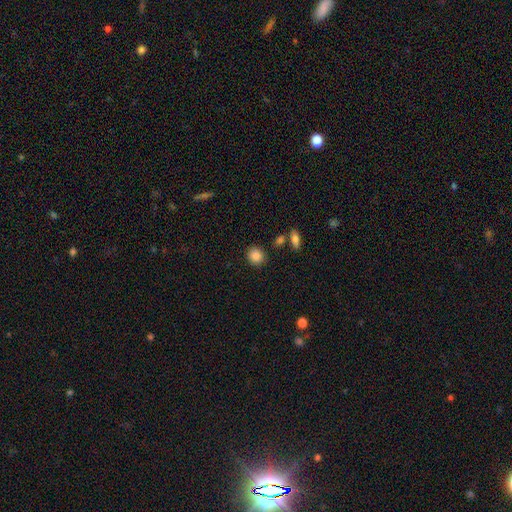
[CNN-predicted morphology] smooth_or_featured: smooth (p=0.87) [alt: star or artifact p=0.09]
how_rounded: round (p=0.80) [alt: in between p=0.19]
merging: none (p=0.86) [alt: minor disturbance p=0.08]